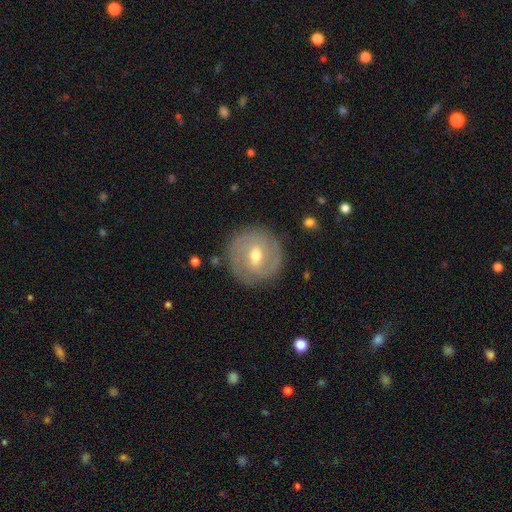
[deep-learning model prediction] featured or disk 69%, smooth 25%, star or artifact 6%. Down the decision tree: edge-on disk — no (96%); bar — weak (56%); spiral arms — yes (76%); spiral arm count — 2 (47%); spiral winding — tight (62%); bulge size — moderate (75%); merging — none (83%).